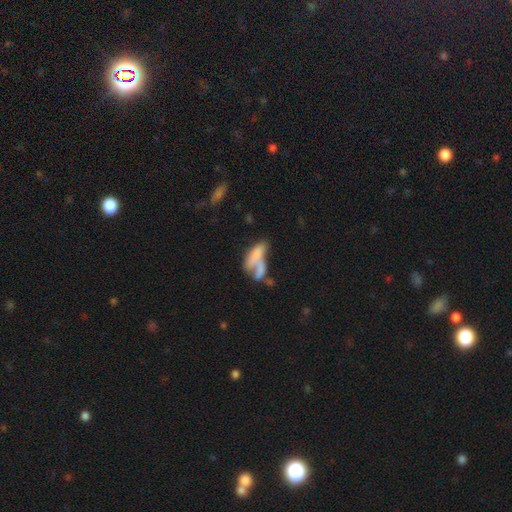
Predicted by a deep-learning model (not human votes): The model was most divided on "merging": merger: 55%, none: 20%, major disturbance: 15%, minor disturbance: 10%. More confident: how rounded — in between (66%); smooth or featured — smooth (63%).